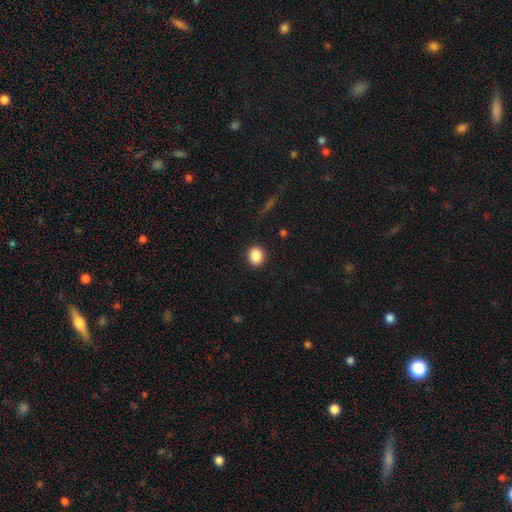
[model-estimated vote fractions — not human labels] Smooth or featured?
  - smooth: 88% *
  - star or artifact: 9%
  - featured or disk: 4%
How rounded?
  - round: 55% *
  - in between: 44%
  - cigar-shaped: 1%
Merging?
  - none: 89% *
  - minor disturbance: 7%
  - major disturbance: 2%
  - merger: 1%